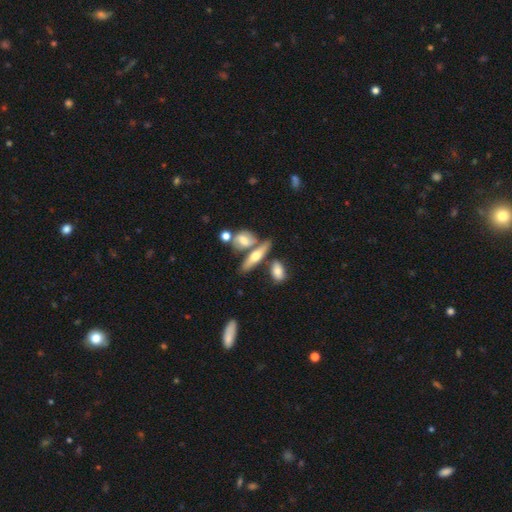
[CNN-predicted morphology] Q: Smooth or featured?
A: smooth (51%); runner-up: featured or disk (40%)
Q: How rounded?
A: in between (51%); runner-up: cigar-shaped (43%)
Q: Merging?
A: none (50%); runner-up: merger (30%)